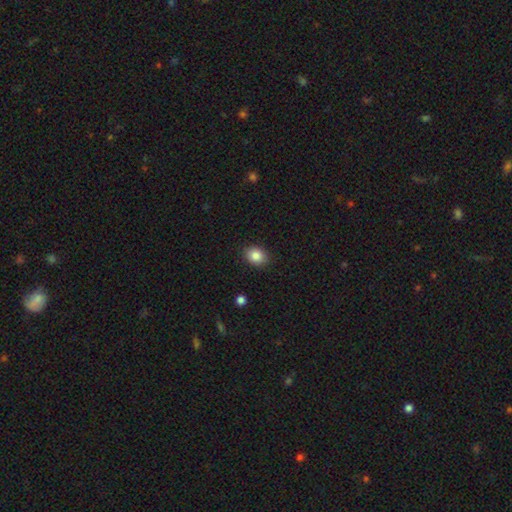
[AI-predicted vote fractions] Smooth or featured?
  - smooth: 86% *
  - star or artifact: 9%
  - featured or disk: 5%
How rounded?
  - in between: 55% *
  - round: 44%
  - cigar-shaped: 1%
Merging?
  - none: 89% *
  - minor disturbance: 8%
  - major disturbance: 2%
  - merger: 1%